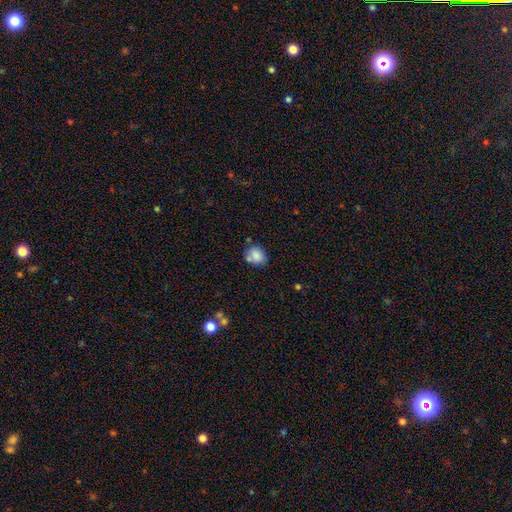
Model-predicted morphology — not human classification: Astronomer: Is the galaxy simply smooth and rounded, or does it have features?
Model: smooth — 84%.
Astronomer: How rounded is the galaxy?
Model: round — 53% (runner-up: in between, 46%).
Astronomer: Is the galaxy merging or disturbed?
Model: none — 65%.